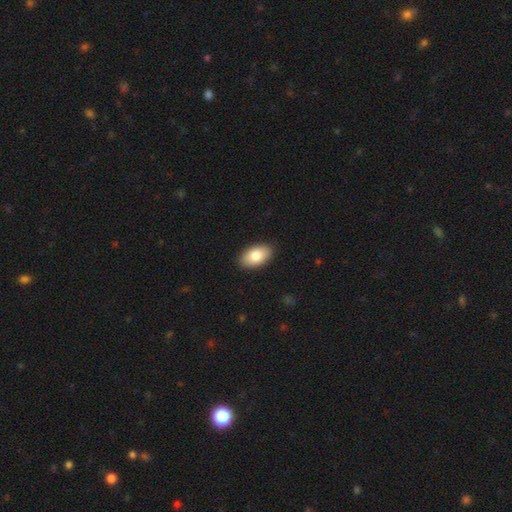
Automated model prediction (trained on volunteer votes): Overall: smooth (83%). How rounded: in between (94%). Merging: none (89%).